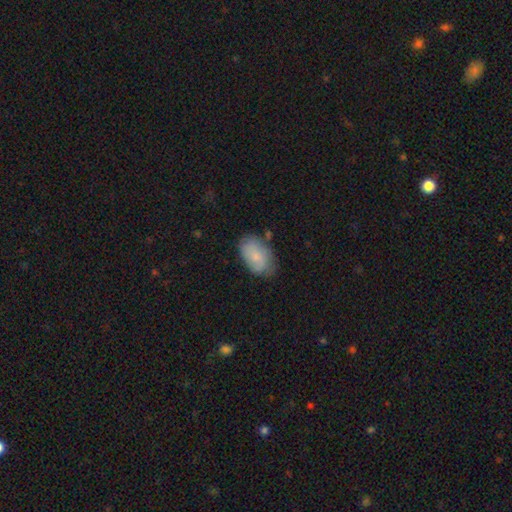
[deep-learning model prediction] smooth 70%, featured or disk 23%, star or artifact 7%. Down the decision tree: how rounded — in between (92%); merging — none (66%).